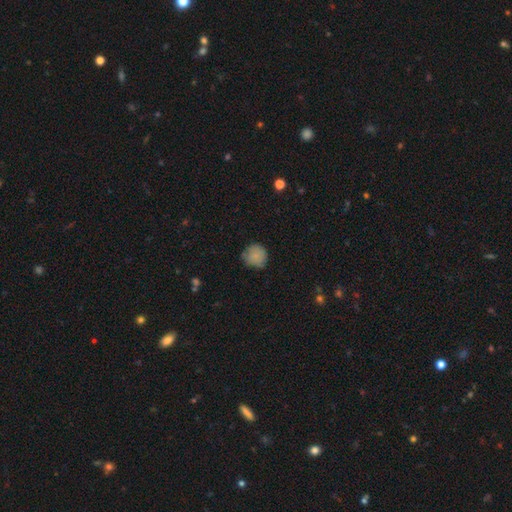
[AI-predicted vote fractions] Morphology: type=smooth (83%); roundness=round (89%); merging=none (72%).